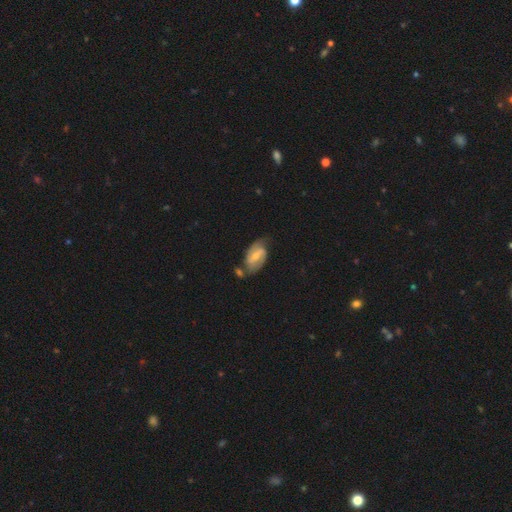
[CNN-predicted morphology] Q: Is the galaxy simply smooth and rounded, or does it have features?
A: featured or disk — 75%.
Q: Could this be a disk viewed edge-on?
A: no — 96%.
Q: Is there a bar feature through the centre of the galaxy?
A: weak — 48%.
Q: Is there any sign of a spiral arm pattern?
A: yes — 90%.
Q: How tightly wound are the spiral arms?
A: medium — 46%.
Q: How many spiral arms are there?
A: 2 — 85%.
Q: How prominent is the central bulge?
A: moderate — 47%, tied with small.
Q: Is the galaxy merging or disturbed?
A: none — 58%.